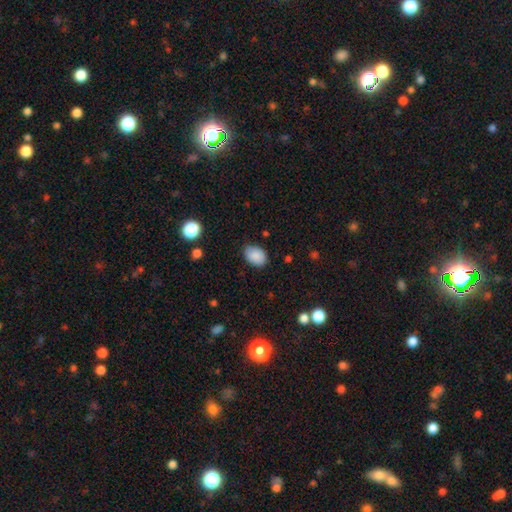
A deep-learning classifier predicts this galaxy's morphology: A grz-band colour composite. It shows a smooth galaxy with no disk features (88%) that is in between round and cigar-shaped (79%). Merging: none (82%).